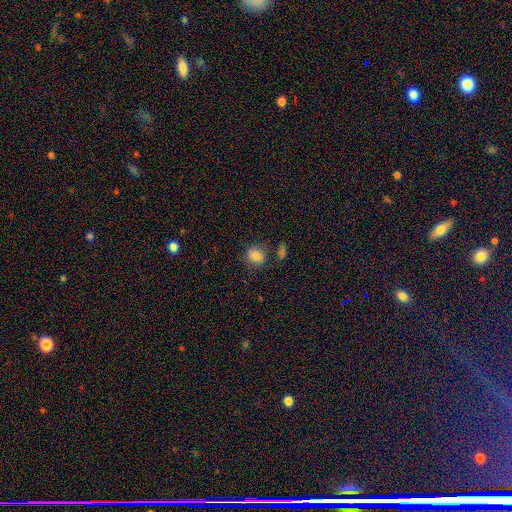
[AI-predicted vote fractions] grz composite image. It shows a smooth galaxy with no disk features (84%) that is round (66%). Merging: none (74%).